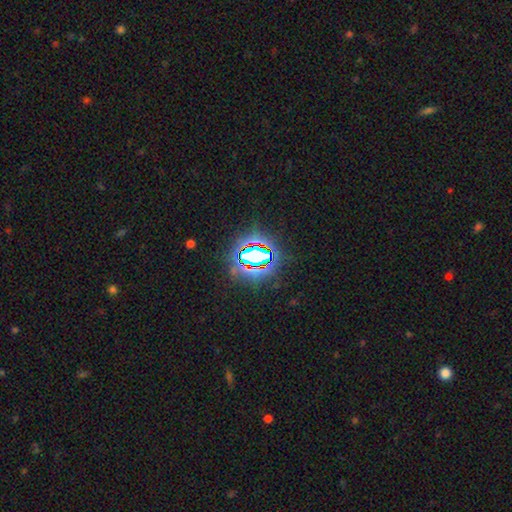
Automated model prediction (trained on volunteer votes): Morphology: type=star or artifact (73%).